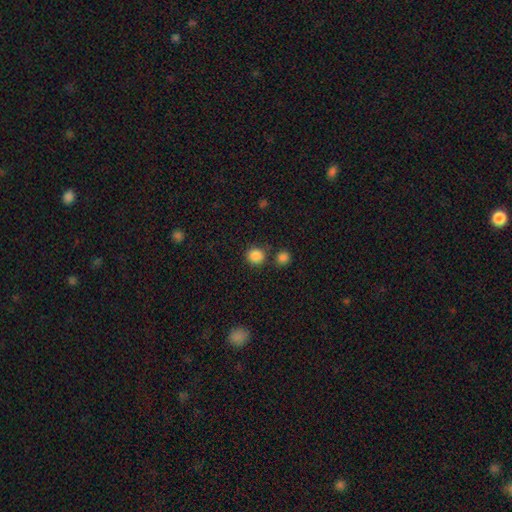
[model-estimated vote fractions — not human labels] The model was most divided on "merging": none: 78%, merger: 11%, minor disturbance: 9%, major disturbance: 3%. More confident: how rounded — round (87%); smooth or featured — smooth (86%).